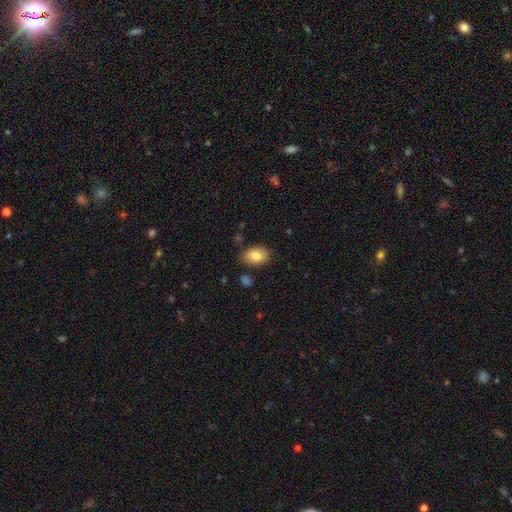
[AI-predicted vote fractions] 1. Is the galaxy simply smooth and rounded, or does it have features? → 82% smooth, 11% featured or disk, 8% star or artifact.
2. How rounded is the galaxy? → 82% in between, 17% round, 1% cigar-shaped.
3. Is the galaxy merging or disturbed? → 82% none, 13% minor disturbance, 3% major disturbance, 2% merger.